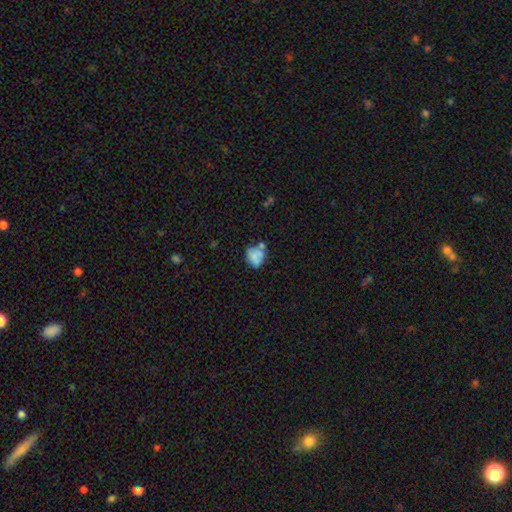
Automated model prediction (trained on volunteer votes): smooth 68%, featured or disk 22%, star or artifact 10%. Down the decision tree: how rounded — in between (57%); merging — none (37%).